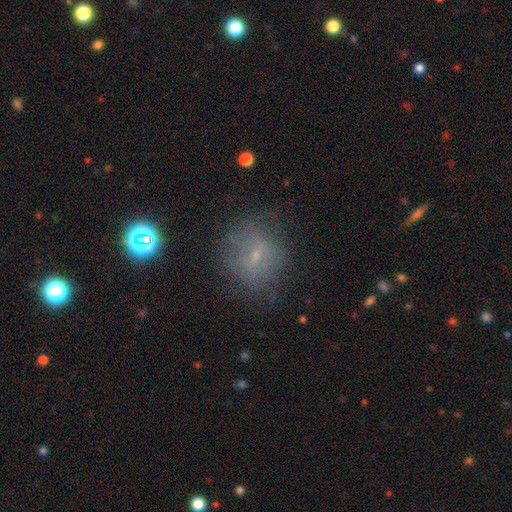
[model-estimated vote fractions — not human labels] The model was most divided on "smooth or featured": smooth: 46%, featured or disk: 32%, star or artifact: 22%. More confident: merging — none (70%).